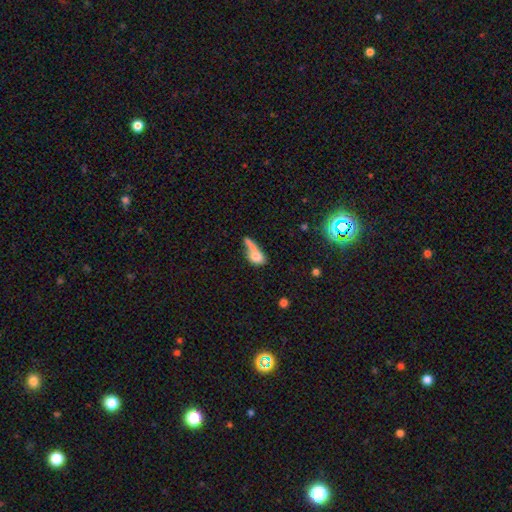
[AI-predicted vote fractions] Overall: smooth (69%). How rounded: in between (63%). Merging: merger (50%; none 22%).